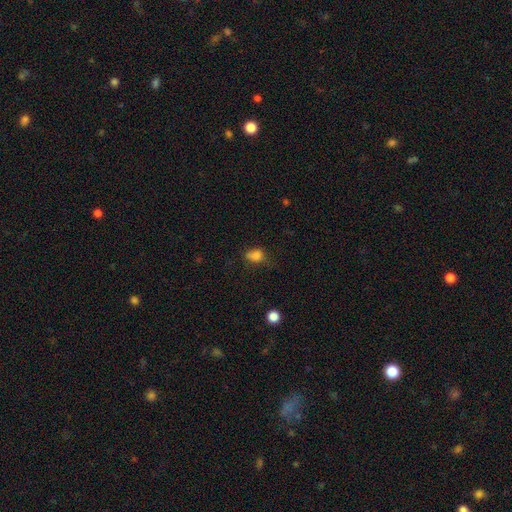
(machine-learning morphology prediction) Smooth or featured? smooth (80%)
How rounded? in between (55%)
Merging? none (49%)